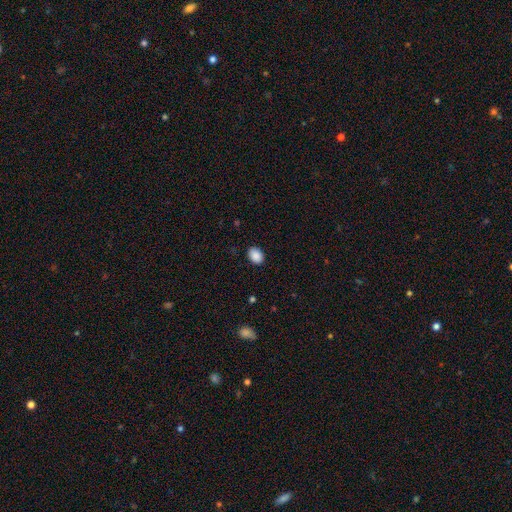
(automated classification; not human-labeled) smooth 89%, star or artifact 8%, featured or disk 3%. Down the decision tree: how rounded — in between (69%); merging — none (88%).